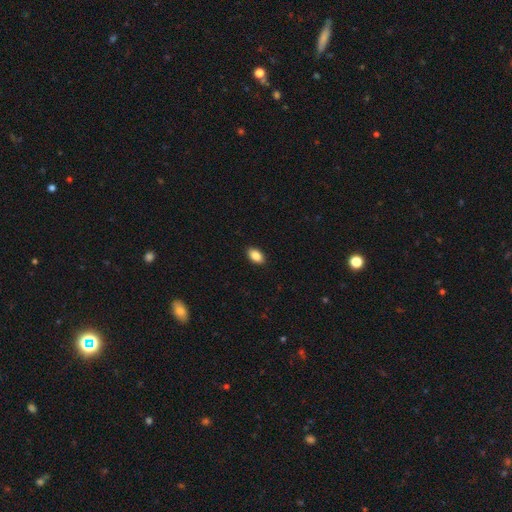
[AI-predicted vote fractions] The model was most divided on "smooth or featured": smooth: 87%, star or artifact: 8%, featured or disk: 5%. More confident: how rounded — in between (91%); merging — none (90%).